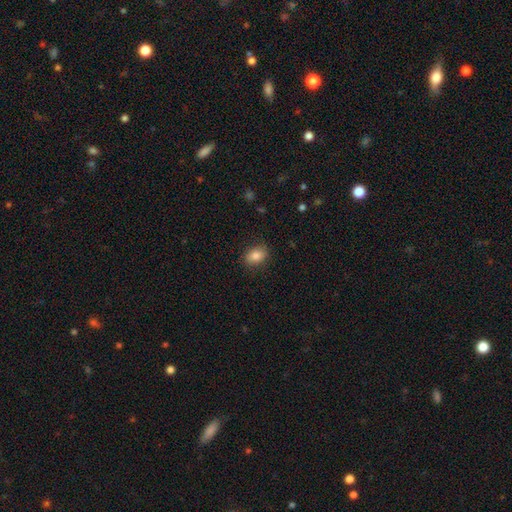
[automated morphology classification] This appears to be a smooth galaxy with no disk features (84%) that is in between round and cigar-shaped (75%). Merging: none (84%).